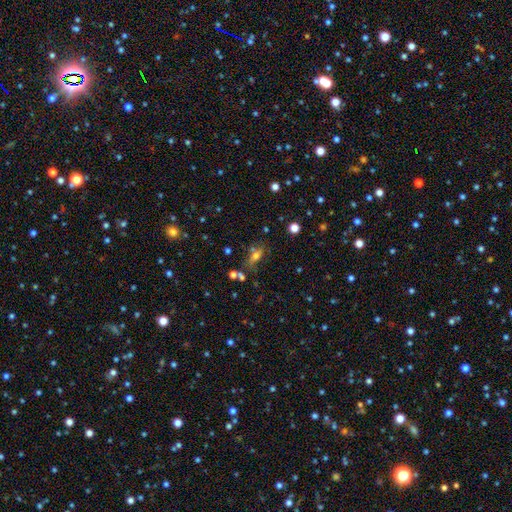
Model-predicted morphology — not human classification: Q: Smooth or featured?
A: smooth (54%); runner-up: featured or disk (25%)
Q: How rounded?
A: in between (67%); runner-up: cigar-shaped (17%)
Q: Merging?
A: none (55%); runner-up: minor disturbance (19%)